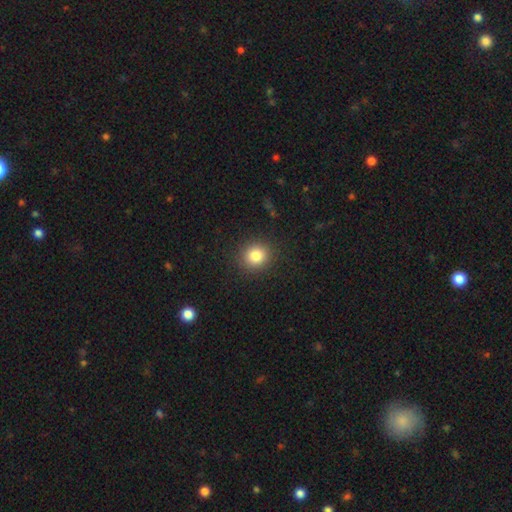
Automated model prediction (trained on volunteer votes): This appears to be a smooth galaxy with no disk features (83%) that is round (85%). Merging: none (90%).